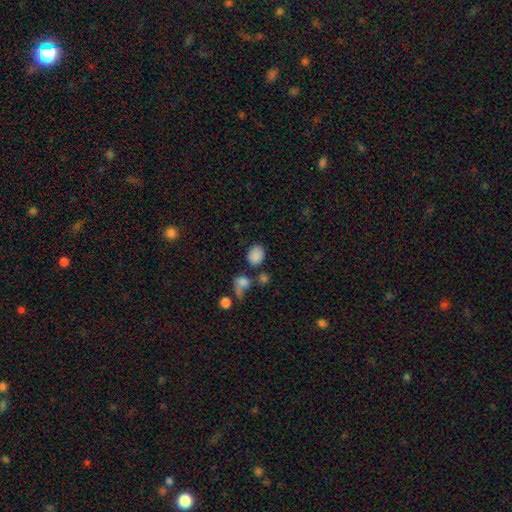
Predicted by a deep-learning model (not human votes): smooth 84%, star or artifact 10%, featured or disk 6%. Down the decision tree: how rounded — in between (53%); merging — none (62%).